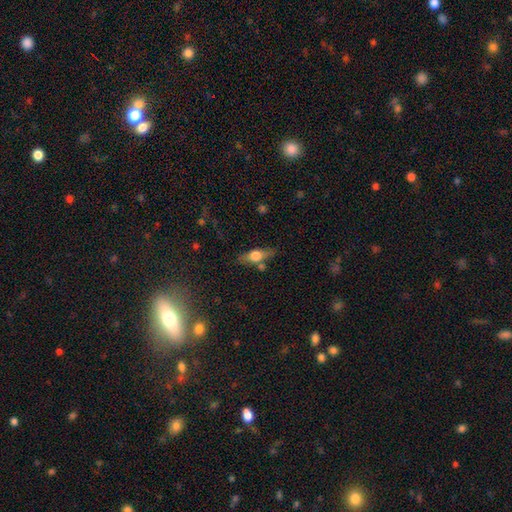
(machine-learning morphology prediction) smooth-or-featured: smooth: 55% | featured or disk: 37% | star or artifact: 8%
  how-rounded: in between: 58% | cigar-shaped: 36% | round: 6%
  merging: none: 71% | minor disturbance: 16% | merger: 9% | major disturbance: 5%